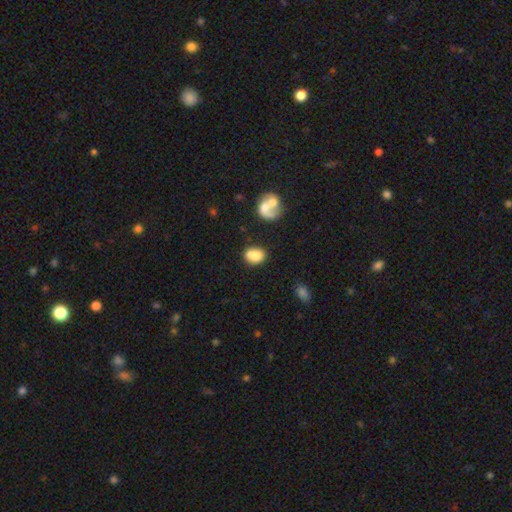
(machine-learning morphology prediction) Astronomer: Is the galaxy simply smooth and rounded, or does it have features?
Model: smooth — 75%.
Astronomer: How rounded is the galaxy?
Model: in between — 53% (runner-up: round, 46%).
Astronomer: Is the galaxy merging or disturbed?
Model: none — 43% (runner-up: merger, 35%).